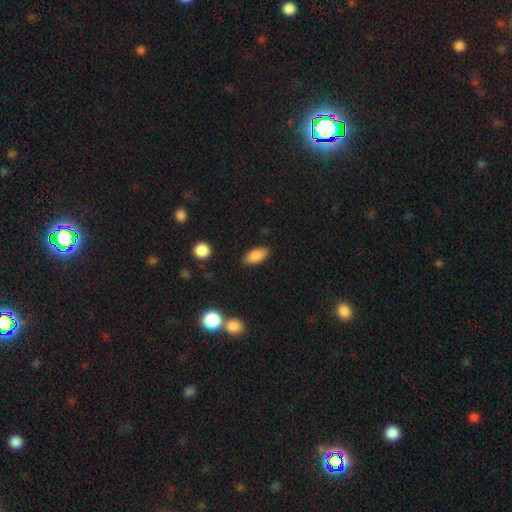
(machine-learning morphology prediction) smooth-or-featured: smooth: 85% | featured or disk: 8% | star or artifact: 7%
  how-rounded: in between: 88% | cigar-shaped: 9% | round: 3%
  merging: none: 86% | minor disturbance: 10% | major disturbance: 3% | merger: 2%